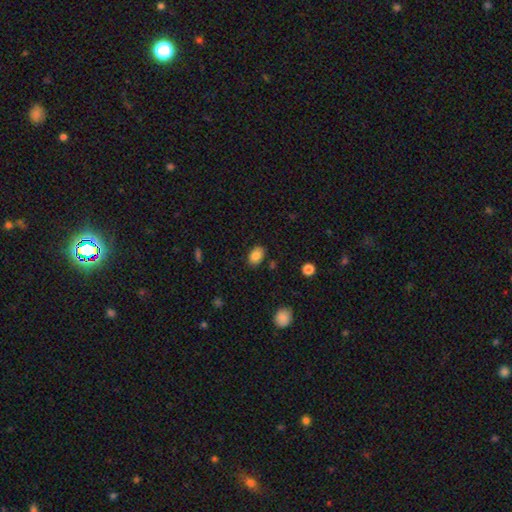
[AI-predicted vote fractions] Morphology: type=smooth (84%); roundness=in between (81%); merging=none (84%).